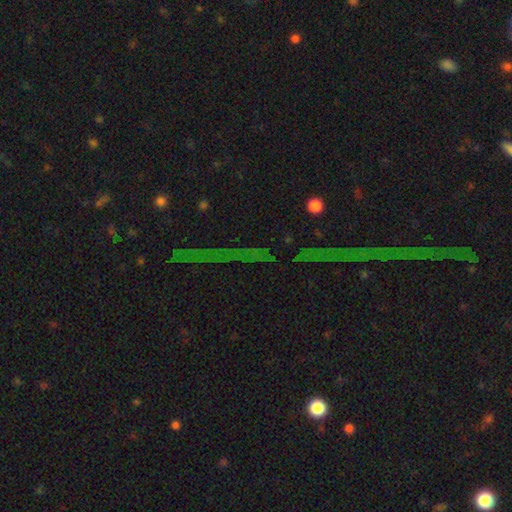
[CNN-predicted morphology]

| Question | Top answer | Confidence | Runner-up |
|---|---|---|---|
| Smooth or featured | star or artifact | 75% | featured or disk (14%) |